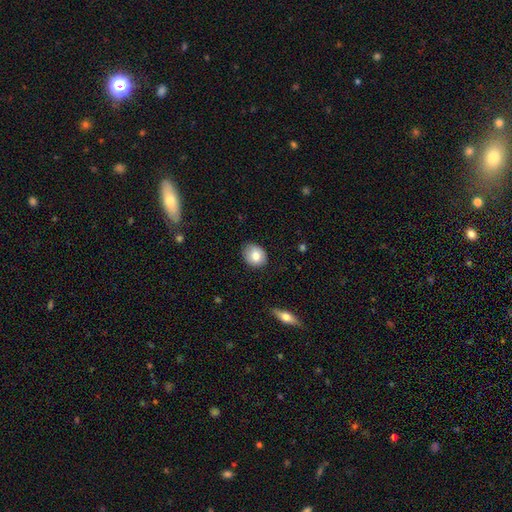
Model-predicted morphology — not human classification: Smooth or featured: smooth — 80% (featured or disk — 12%)
How rounded: round — 54% (in between — 45%)
Merging: none — 81% (minor disturbance — 16%)